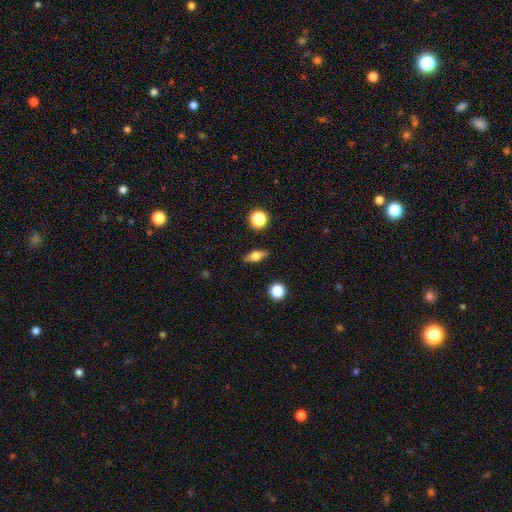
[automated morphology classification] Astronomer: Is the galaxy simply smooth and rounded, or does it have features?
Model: smooth — 50% (runner-up: featured or disk, 40%).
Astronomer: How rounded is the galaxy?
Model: in between — 54% (runner-up: cigar-shaped, 31%).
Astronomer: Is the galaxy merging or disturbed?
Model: none — 87%.